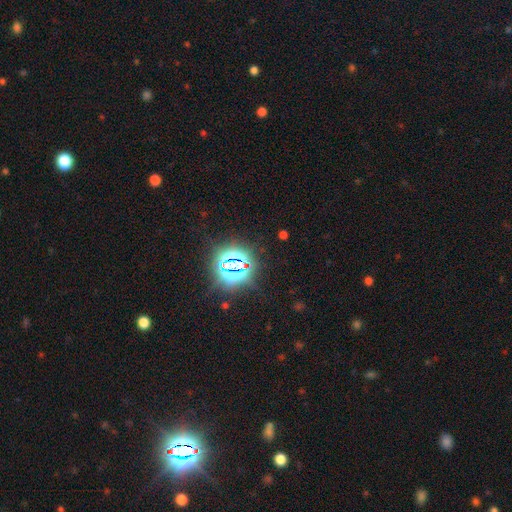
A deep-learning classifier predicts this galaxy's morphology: Smooth or featured? Predicted: star or artifact (p=0.83).